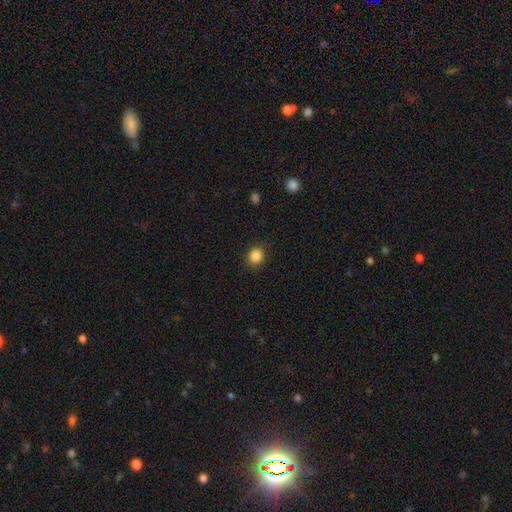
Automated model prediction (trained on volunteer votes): smooth 86%, star or artifact 10%, featured or disk 3%. Down the decision tree: how rounded — round (79%); merging — none (88%).